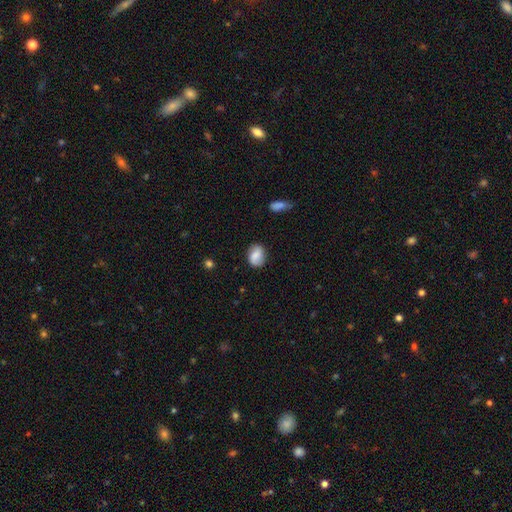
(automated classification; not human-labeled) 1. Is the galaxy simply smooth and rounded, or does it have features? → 69% smooth, 23% featured or disk, 8% star or artifact.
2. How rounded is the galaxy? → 67% in between, 32% round, 2% cigar-shaped.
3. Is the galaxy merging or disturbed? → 77% none, 17% minor disturbance, 4% major disturbance, 2% merger.